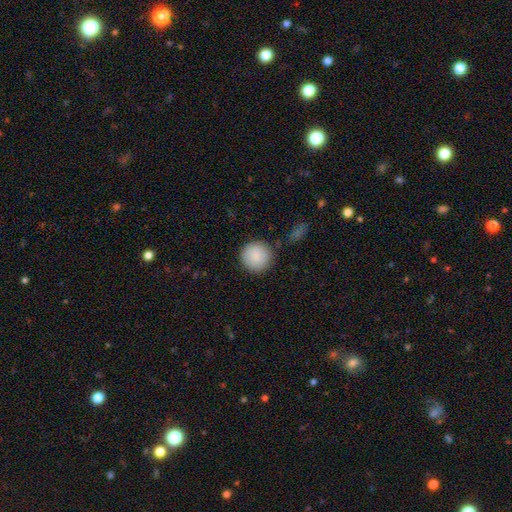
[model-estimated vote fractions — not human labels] This appears to be a smooth galaxy with no disk features (89%) that is round (95%). Merging: none (85%).